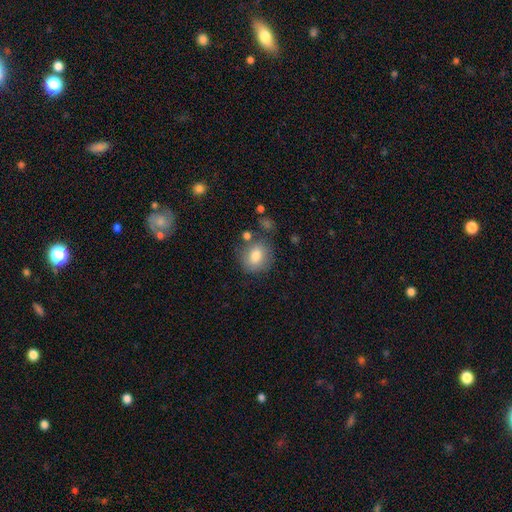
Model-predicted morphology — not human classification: A smooth galaxy with no disk features (79%) that is round (68%).

Vote fractions:
- Smooth or featured? smooth: 79% / featured or disk: 12% / star or artifact: 9%
- How rounded? round: 68% / in between: 31% / cigar-shaped: 1%
- Merging? none: 73% / minor disturbance: 16% / merger: 7% / major disturbance: 5%